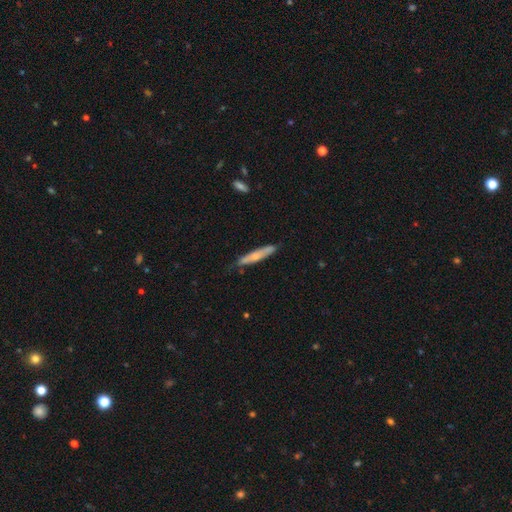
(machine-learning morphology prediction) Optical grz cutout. It shows a smooth galaxy with no disk features (57%) that is cigar-shaped (91%). Merging: none (72%).